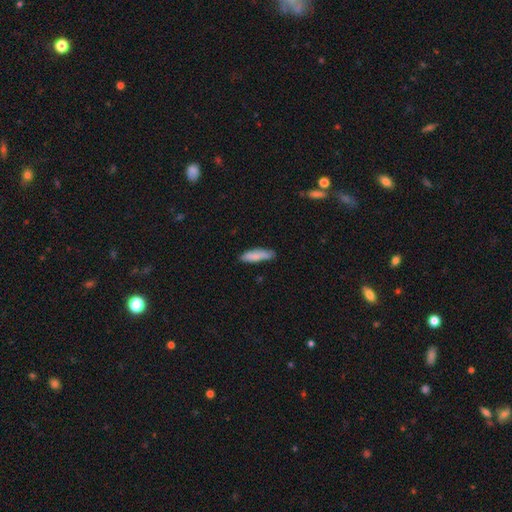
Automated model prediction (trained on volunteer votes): Q: Smooth or featured?
A: smooth (84%); runner-up: featured or disk (10%)
Q: How rounded?
A: cigar-shaped (64%); runner-up: in between (35%)
Q: Merging?
A: none (69%); runner-up: minor disturbance (25%)